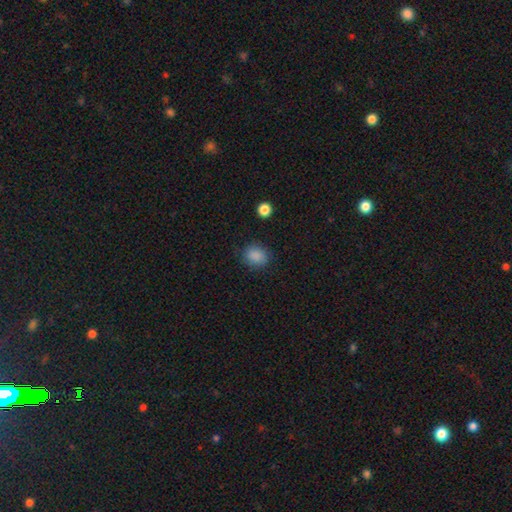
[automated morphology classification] smooth_or_featured: smooth (p=0.87) [alt: star or artifact p=0.10]
how_rounded: round (p=0.65) [alt: in between p=0.34]
merging: none (p=0.85) [alt: minor disturbance p=0.10]